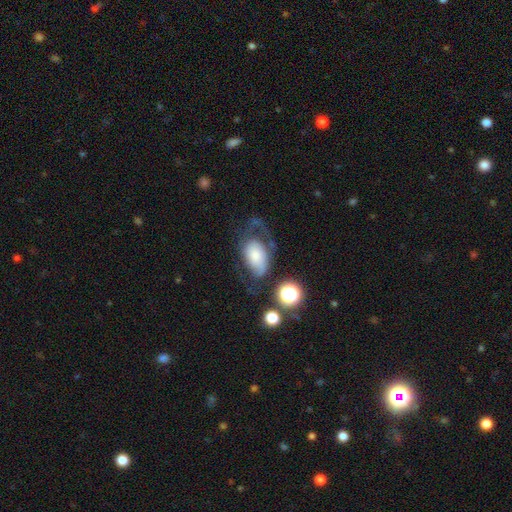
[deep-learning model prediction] smooth_or_featured: smooth (p=0.51) [alt: featured or disk p=0.39]
how_rounded: in between (p=0.87) [alt: round p=0.12]
merging: major disturbance (p=0.37) [alt: none p=0.35]